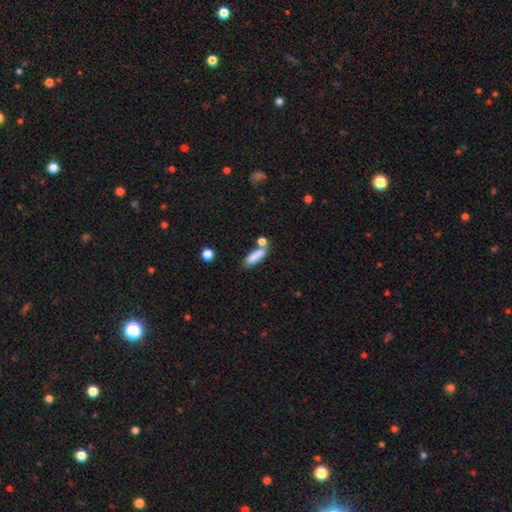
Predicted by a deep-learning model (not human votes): smooth-or-featured: smooth: 82% | featured or disk: 9% | star or artifact: 8%
  how-rounded: in between: 50% | cigar-shaped: 47% | round: 3%
  merging: none: 55% | merger: 24% | minor disturbance: 16% | major disturbance: 5%